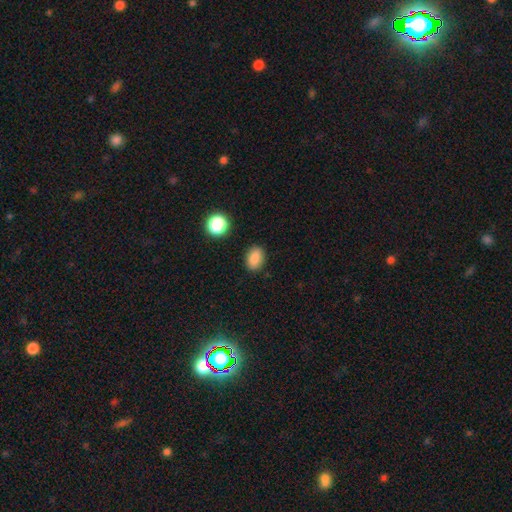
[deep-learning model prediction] A smooth galaxy with no disk features (86%) that is in between round and cigar-shaped (79%).

Vote fractions:
- Smooth or featured? smooth: 86% / star or artifact: 10% / featured or disk: 4%
- How rounded? in between: 79% / round: 20% / cigar-shaped: 2%
- Merging? none: 86% / minor disturbance: 9% / major disturbance: 3% / merger: 2%